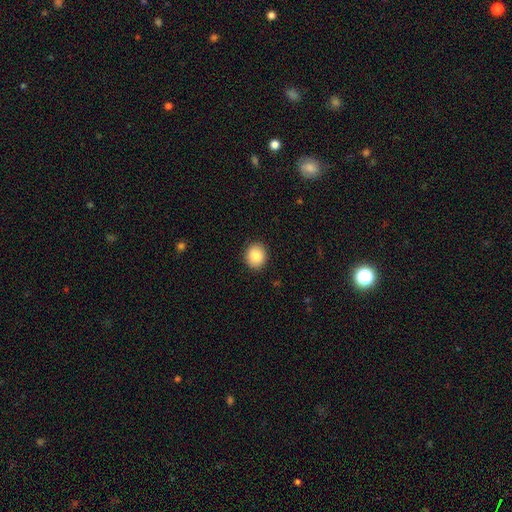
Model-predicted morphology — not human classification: Smooth or featured? smooth (86%)
How rounded? round (75%)
Merging? none (91%)